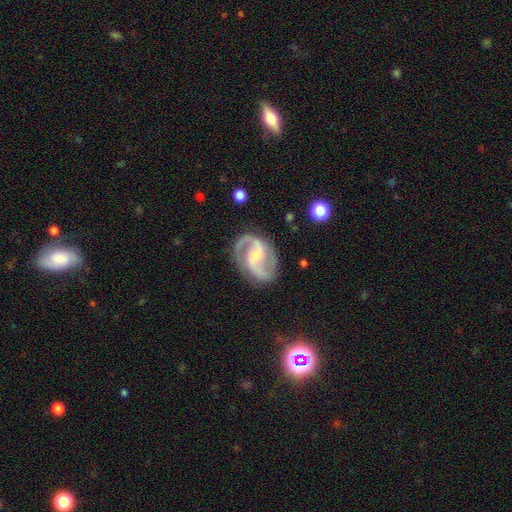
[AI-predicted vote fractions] A featured or disk galaxy (92%) with a weak bar (47%), 2 (94%) medium (60%) spiral arms (98%) and a small central bulge (49%).

Vote fractions:
- Smooth or featured? featured or disk: 92% / star or artifact: 4% / smooth: 4%
- Edge-on disk? no: 98% / yes: 2%
- Bar? weak: 47% / no: 29% / strong: 24%
- Spiral arms? yes: 98% / no: 2%
- Spiral winding? medium: 60% / loose: 22% / tight: 18%
- Spiral arm count? 2: 94% / can't tell: 2% / 3: 1% / 1: 1% / 4: 1% / more than 4: 1%
- Bulge size? small: 49% / moderate: 39% / none: 7% / large: 4% / dominant: 1%
- Merging? none: 82% / minor disturbance: 12% / major disturbance: 4% / merger: 1%